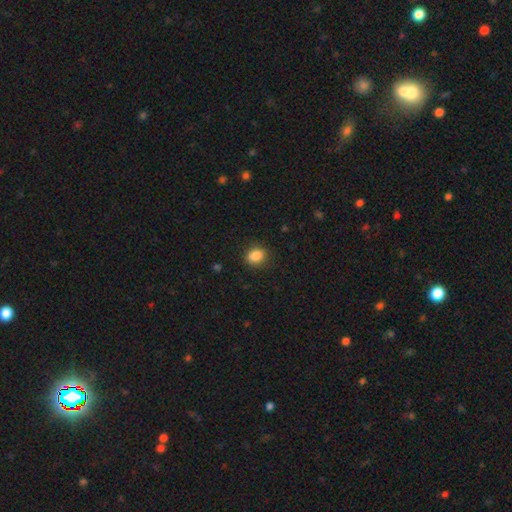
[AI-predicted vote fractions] smooth-or-featured: smooth: 87% | star or artifact: 9% | featured or disk: 4%
  how-rounded: in between: 54% | round: 45% | cigar-shaped: 1%
  merging: none: 84% | minor disturbance: 12% | major disturbance: 3% | merger: 1%